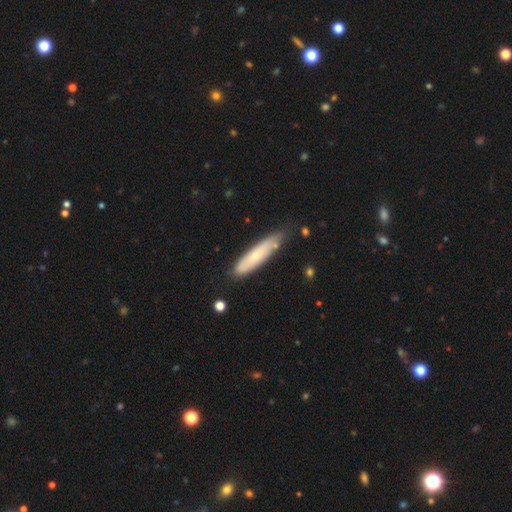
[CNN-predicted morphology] This appears to be a smooth galaxy with no disk features (60%) that is cigar-shaped (82%). Merging: none (71%).